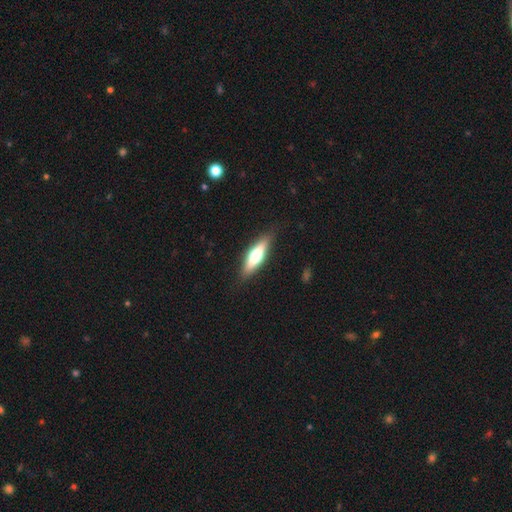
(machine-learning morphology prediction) smooth 50%, featured or disk 44%, star or artifact 6%. Down the decision tree: how rounded — cigar-shaped (63%); merging — none (87%).